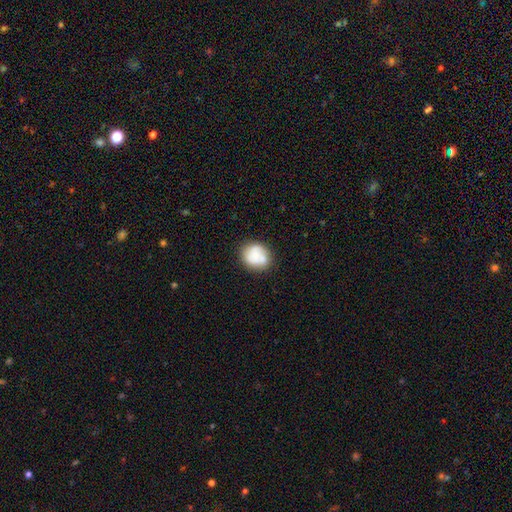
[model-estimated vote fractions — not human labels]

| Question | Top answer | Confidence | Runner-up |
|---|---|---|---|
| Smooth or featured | smooth | 65% | featured or disk (26%) |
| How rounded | round | 72% | in between (27%) |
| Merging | none | 67% | minor disturbance (20%) |